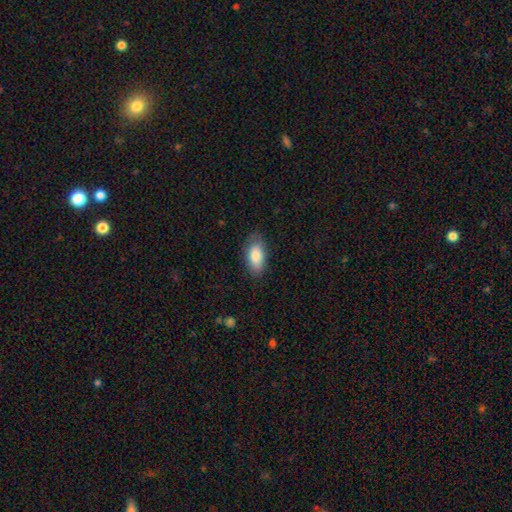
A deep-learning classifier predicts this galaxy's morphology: This appears to be a smooth galaxy with no disk features (83%) that is in between round and cigar-shaped (89%). Merging: none (78%).